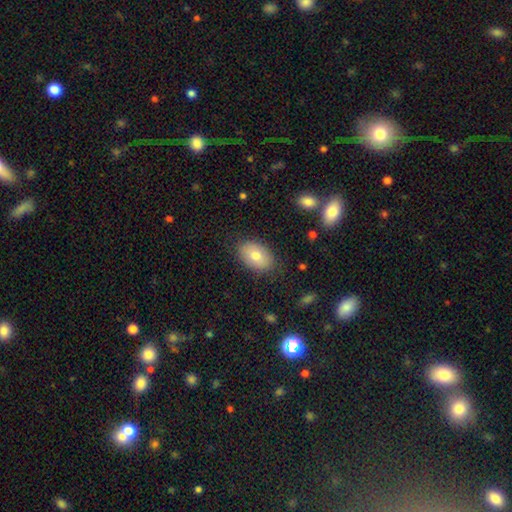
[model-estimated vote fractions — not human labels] This is likely a smooth galaxy (75%). How rounded: clearly in between (88%). Merging: clearly none (84%).